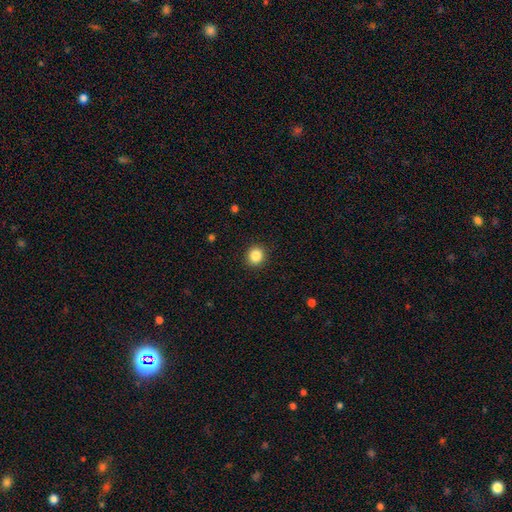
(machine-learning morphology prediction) Smooth or featured: smooth — 87% (star or artifact — 10%)
How rounded: round — 84% (in between — 15%)
Merging: none — 91% (minor disturbance — 6%)